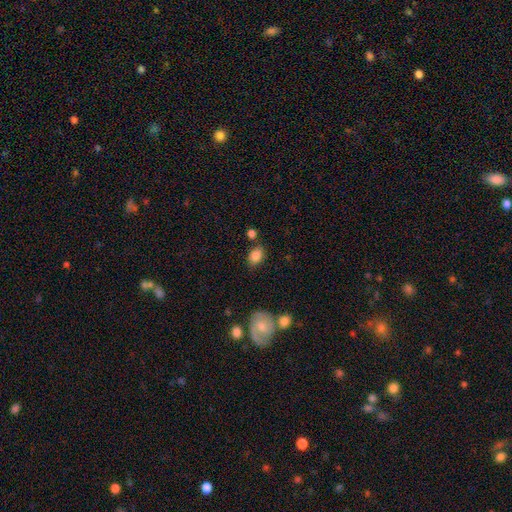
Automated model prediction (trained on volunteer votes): This appears to be a smooth galaxy with no disk features (85%) that is in between round and cigar-shaped (77%). Merging: none (72%).